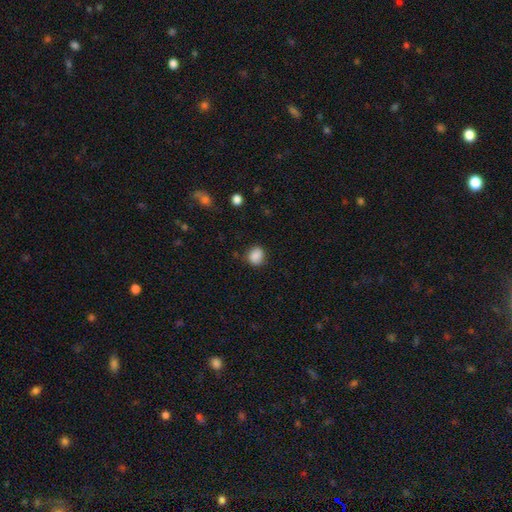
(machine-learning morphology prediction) Smooth or featured? Predicted: smooth (p=0.87). How rounded? Predicted: round (p=0.73). Merging? Predicted: none (p=0.82).